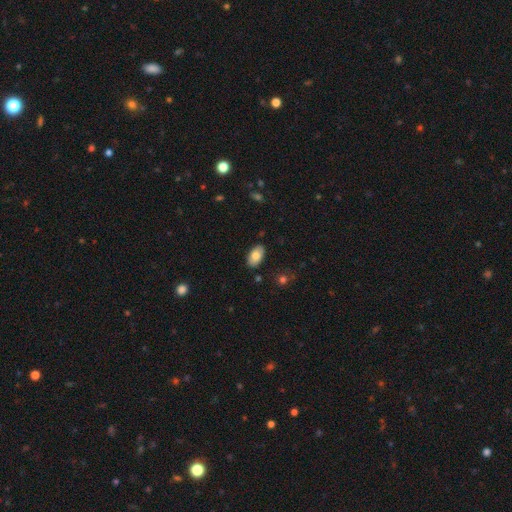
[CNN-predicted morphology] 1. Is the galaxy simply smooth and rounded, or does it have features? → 83% smooth, 10% featured or disk, 7% star or artifact.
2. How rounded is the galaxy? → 94% in between, 4% round, 2% cigar-shaped.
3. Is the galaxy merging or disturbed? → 87% none, 10% minor disturbance, 2% major disturbance, 1% merger.